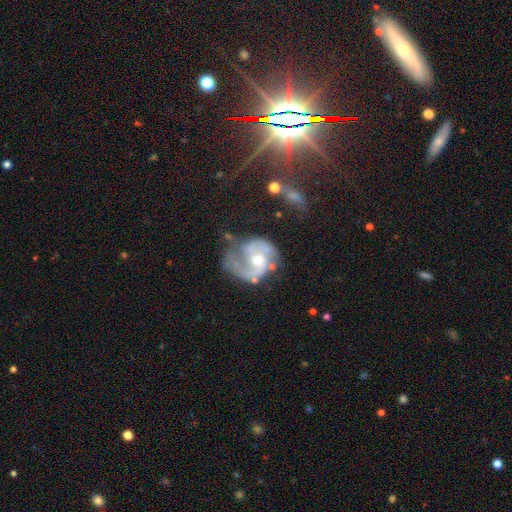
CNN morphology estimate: A featured or disk galaxy (82%) with no bar (51%), 2 (69%) medium (50%) spiral arms (93%) and a moderate central bulge (62%). Merging: none (54%).